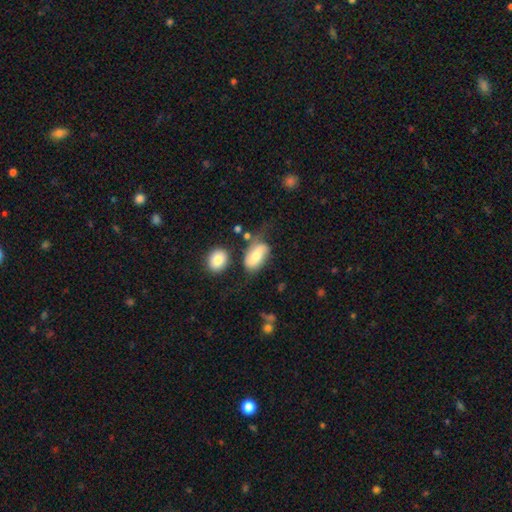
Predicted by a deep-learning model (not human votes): The model was most divided on "smooth or featured": smooth: 57%, featured or disk: 35%, star or artifact: 8%. Remaining: how rounded — in between (85%); merging — none (49%).